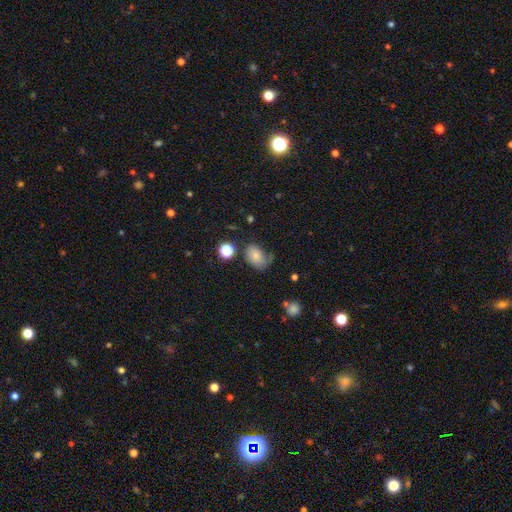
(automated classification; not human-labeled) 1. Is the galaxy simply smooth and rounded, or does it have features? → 72% smooth, 16% featured or disk, 12% star or artifact.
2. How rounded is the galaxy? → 80% in between, 19% round, 1% cigar-shaped.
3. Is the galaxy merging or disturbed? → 47% none, 32% minor disturbance, 16% major disturbance, 5% merger.